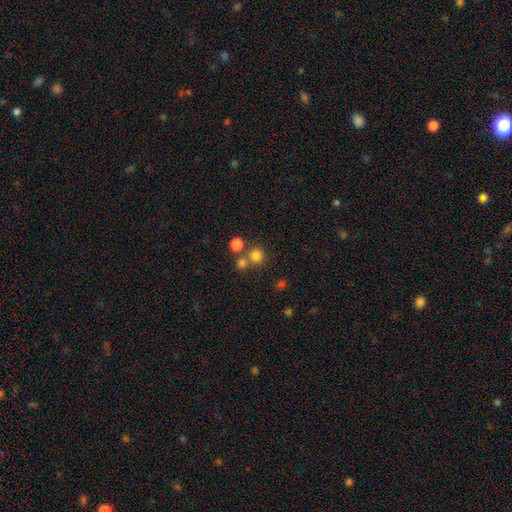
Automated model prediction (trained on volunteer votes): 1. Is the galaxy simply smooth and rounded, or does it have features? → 78% smooth, 16% star or artifact, 7% featured or disk.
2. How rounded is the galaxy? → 93% round, 6% in between, 1% cigar-shaped.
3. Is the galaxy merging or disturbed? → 68% none, 23% merger, 6% minor disturbance, 3% major disturbance.